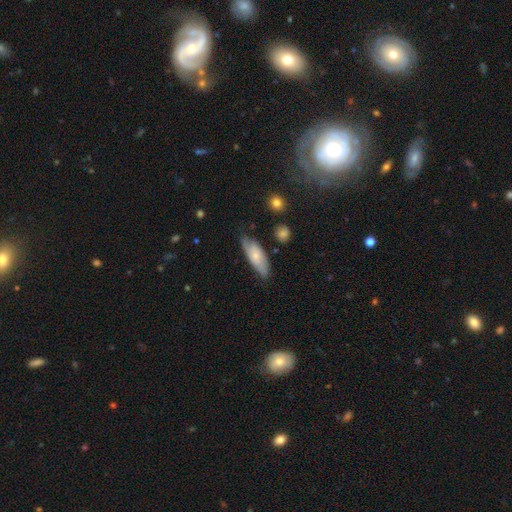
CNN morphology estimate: Smooth or featured?
  - smooth: 54% *
  - featured or disk: 40%
  - star or artifact: 6%
How rounded?
  - in between: 74% *
  - cigar-shaped: 23%
  - round: 3%
Merging?
  - none: 67% *
  - minor disturbance: 25%
  - major disturbance: 6%
  - merger: 3%